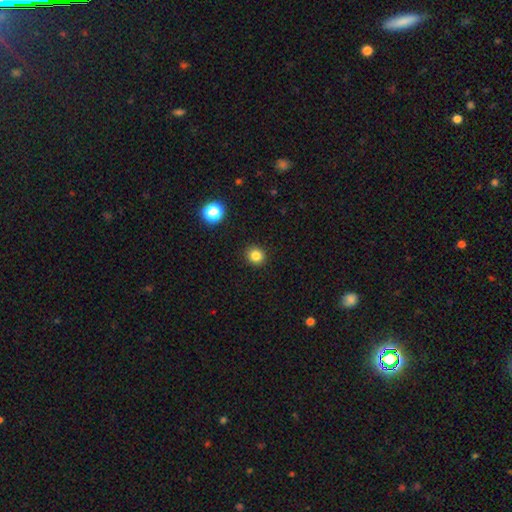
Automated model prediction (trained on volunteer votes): Smooth or featured? smooth (83%)
How rounded? round (87%)
Merging? none (92%)